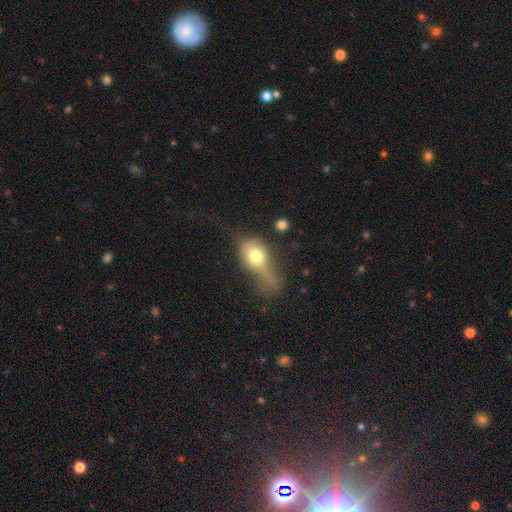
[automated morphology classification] Smooth or featured: smooth — 66% (featured or disk — 24%)
How rounded: in between — 64% (round — 30%)
Merging: major disturbance — 50% (minor disturbance — 23%)